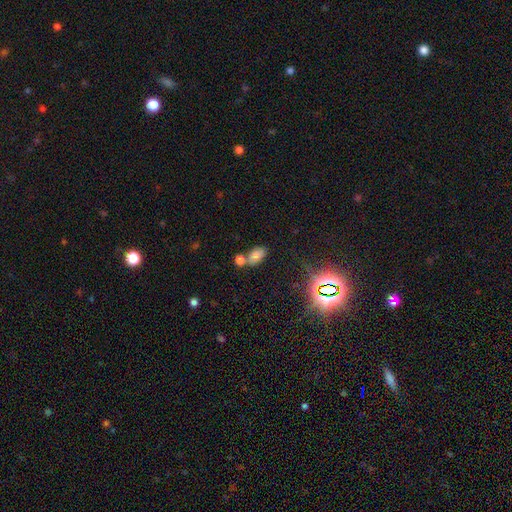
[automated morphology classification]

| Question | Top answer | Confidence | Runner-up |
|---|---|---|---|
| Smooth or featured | smooth | 73% | star or artifact (17%) |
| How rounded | in between | 91% | round (6%) |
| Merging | none | 44% | merger (40%) |